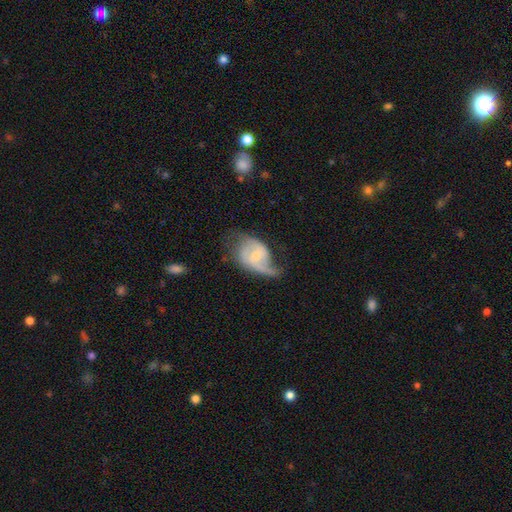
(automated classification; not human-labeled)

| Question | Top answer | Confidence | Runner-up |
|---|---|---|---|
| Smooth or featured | featured or disk | 77% | smooth (18%) |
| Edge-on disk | no | 97% | yes (3%) |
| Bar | no | 51% | weak (41%) |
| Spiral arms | yes | 91% | no (9%) |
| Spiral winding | loose | 44% | medium (40%) |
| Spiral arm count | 2 | 63% | 1 (24%) |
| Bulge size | small | 52% | moderate (40%) |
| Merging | none | 41% | major disturbance (29%) |